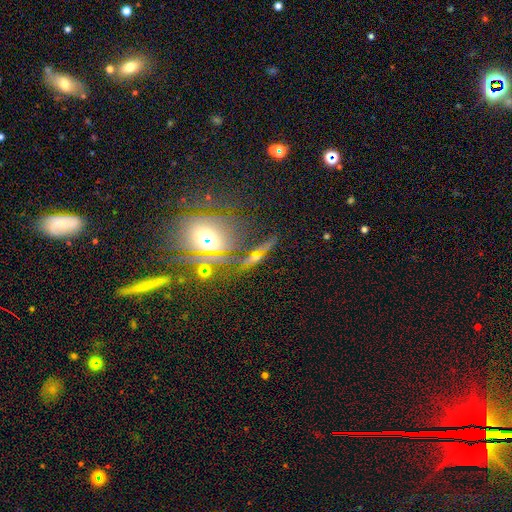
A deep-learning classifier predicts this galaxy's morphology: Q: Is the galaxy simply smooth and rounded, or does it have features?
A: featured or disk — 38%.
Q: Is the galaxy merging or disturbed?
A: none — 61%.